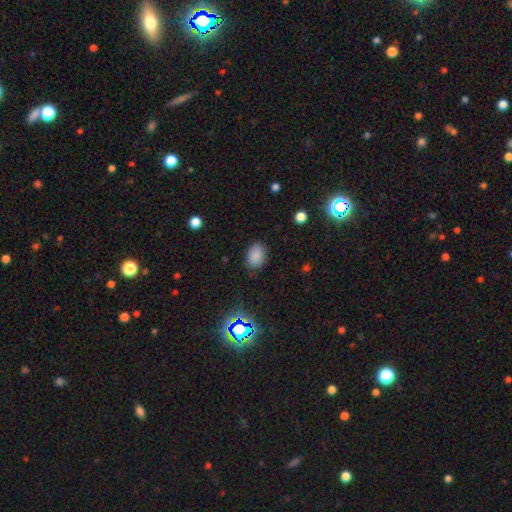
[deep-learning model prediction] smooth-or-featured: smooth: 84% | star or artifact: 12% | featured or disk: 4%
  how-rounded: in between: 74% | round: 25% | cigar-shaped: 1%
  merging: none: 84% | minor disturbance: 11% | major disturbance: 3% | merger: 1%